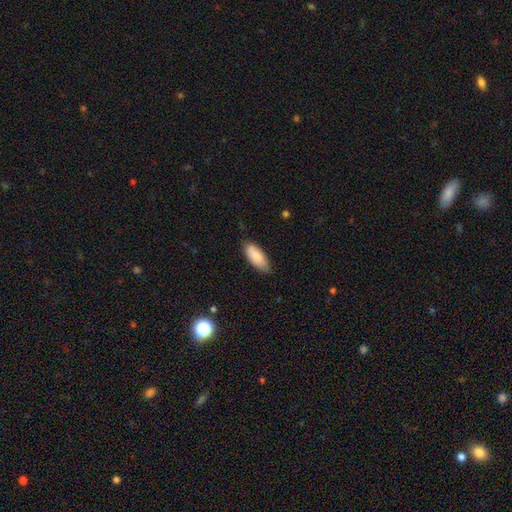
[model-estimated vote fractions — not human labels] Smooth or featured?
  - smooth: 87% *
  - featured or disk: 7%
  - star or artifact: 6%
How rounded?
  - in between: 83% *
  - cigar-shaped: 15%
  - round: 2%
Merging?
  - none: 79% *
  - minor disturbance: 18%
  - major disturbance: 3%
  - merger: 1%